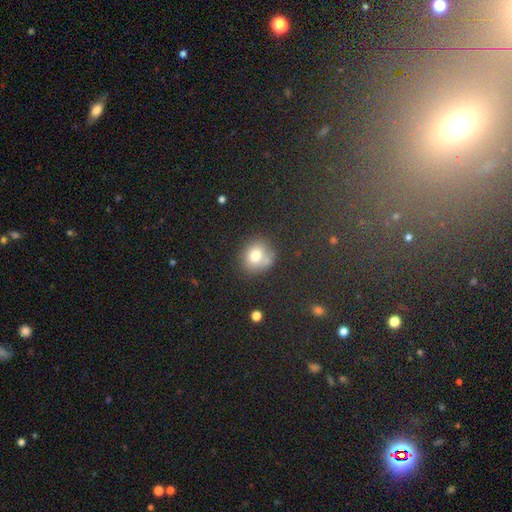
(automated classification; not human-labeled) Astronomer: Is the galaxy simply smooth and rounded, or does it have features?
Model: smooth — 77%.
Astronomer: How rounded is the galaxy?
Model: round — 78%.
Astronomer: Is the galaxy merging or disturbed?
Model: none — 64%.